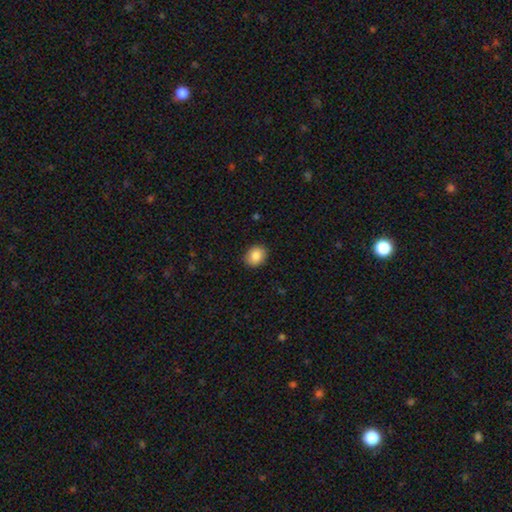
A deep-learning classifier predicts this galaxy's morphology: This appears to be a smooth galaxy with no disk features (86%) that is round (57%). Merging: none (90%).